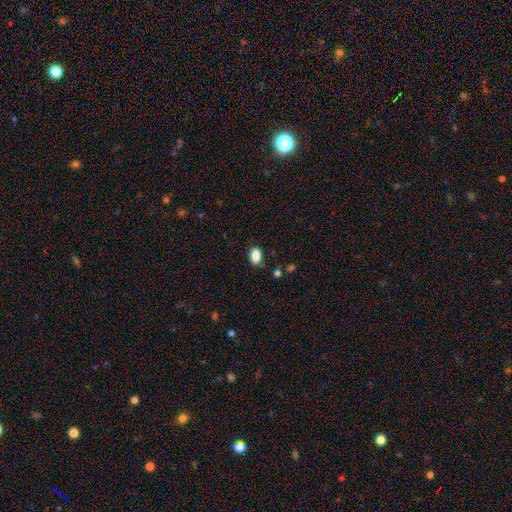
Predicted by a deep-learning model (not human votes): Smooth or featured? Predicted: smooth (p=0.87). How rounded? Predicted: in between (p=0.87). Merging? Predicted: none (p=0.82).